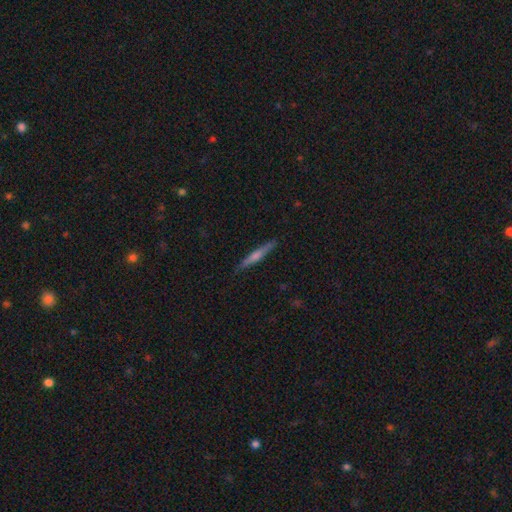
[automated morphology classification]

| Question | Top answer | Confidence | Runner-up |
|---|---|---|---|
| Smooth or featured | featured or disk | 54% | smooth (39%) |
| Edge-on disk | yes | 97% | no (3%) |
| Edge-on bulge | rounded | 59% | none (28%) |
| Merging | none | 89% | minor disturbance (9%) |